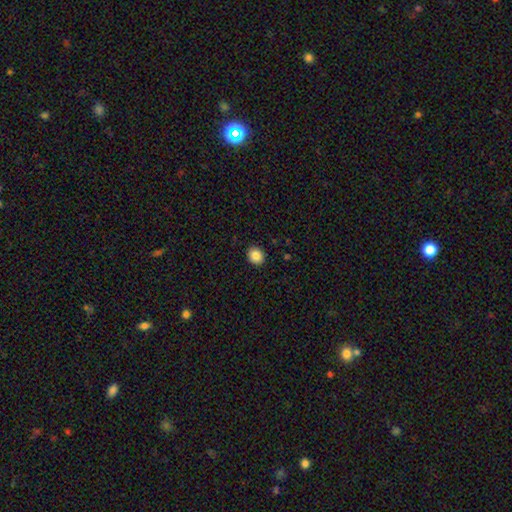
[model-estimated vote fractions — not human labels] This is clearly a smooth galaxy (86%). How rounded: likely round (72%). Merging: clearly none (91%).